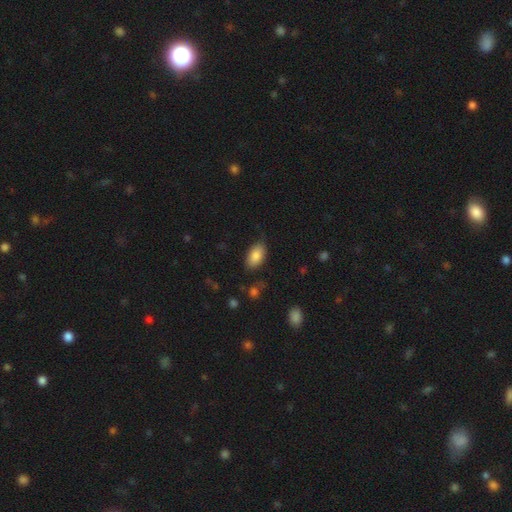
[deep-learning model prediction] smooth 85%, featured or disk 8%, star or artifact 7%. Down the decision tree: how rounded — in between (94%); merging — none (78%).